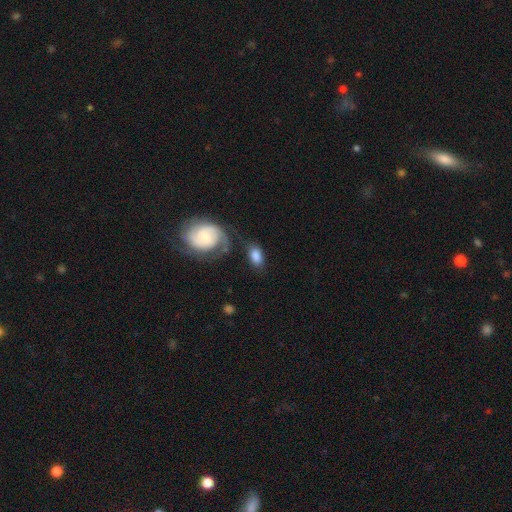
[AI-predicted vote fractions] Smooth or featured: smooth — 74% (featured or disk — 20%)
How rounded: in between — 88% (round — 10%)
Merging: none — 54% (minor disturbance — 19%)